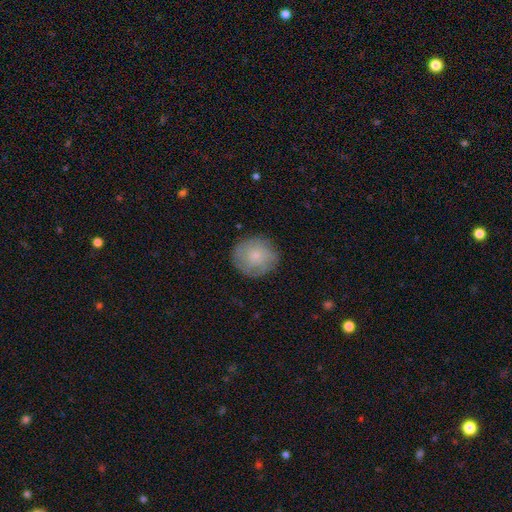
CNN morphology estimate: The model was most divided on "smooth or featured": smooth: 63%, featured or disk: 29%, star or artifact: 8%. More confident: how rounded — round (90%); merging — none (82%).